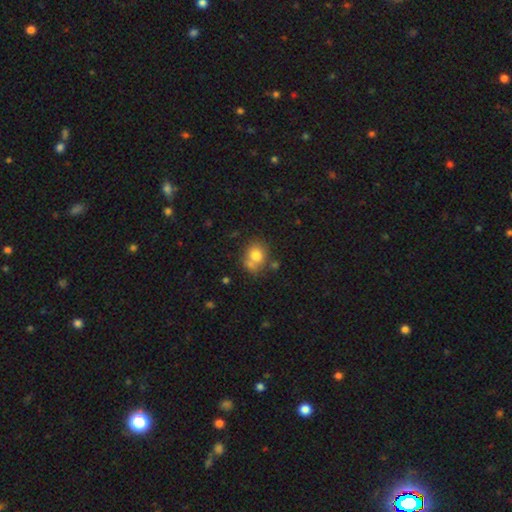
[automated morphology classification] This appears to be a smooth galaxy with no disk features (76%) that is round (55%). Merging: none (53%).